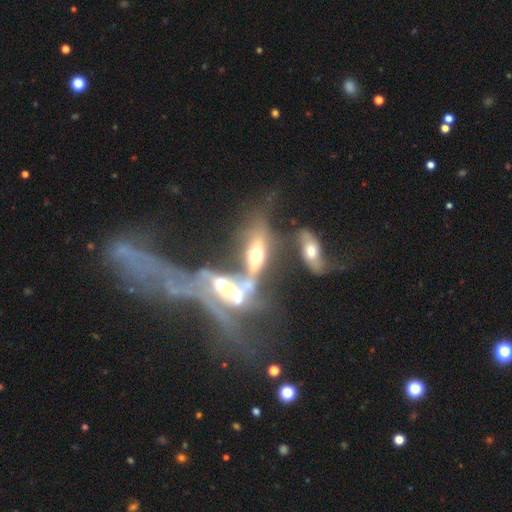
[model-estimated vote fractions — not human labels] A featured or disk galaxy (51%) viewed edge-on (54%). Merging: merger (56%).